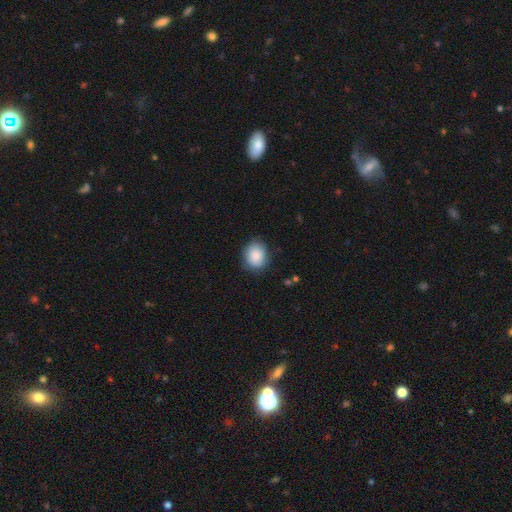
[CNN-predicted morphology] Overall: smooth (86%). How rounded: round (62%; in between 37%). Merging: none (80%).